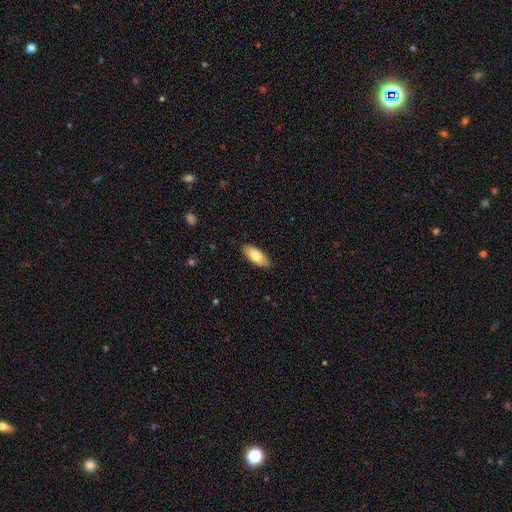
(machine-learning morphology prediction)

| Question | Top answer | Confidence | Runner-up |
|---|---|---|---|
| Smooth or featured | smooth | 75% | featured or disk (19%) |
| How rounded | in between | 85% | cigar-shaped (13%) |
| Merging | none | 86% | minor disturbance (11%) |